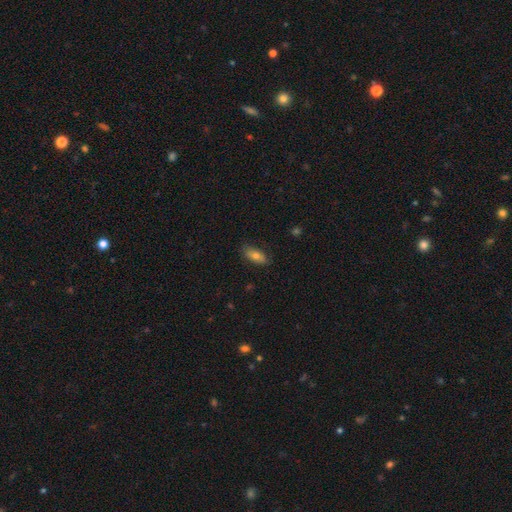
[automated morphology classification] Smooth or featured: smooth — 74% (featured or disk — 19%)
How rounded: in between — 83% (cigar-shaped — 14%)
Merging: none — 82% (minor disturbance — 15%)